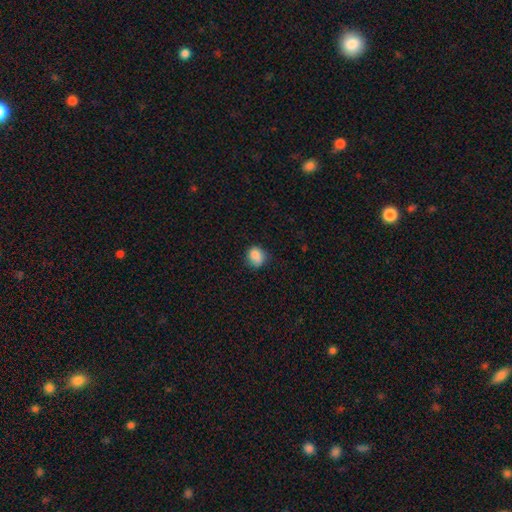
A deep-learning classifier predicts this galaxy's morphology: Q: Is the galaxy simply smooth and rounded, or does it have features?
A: smooth — 85%.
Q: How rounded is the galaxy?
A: round — 67%.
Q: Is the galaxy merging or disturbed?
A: none — 67%.